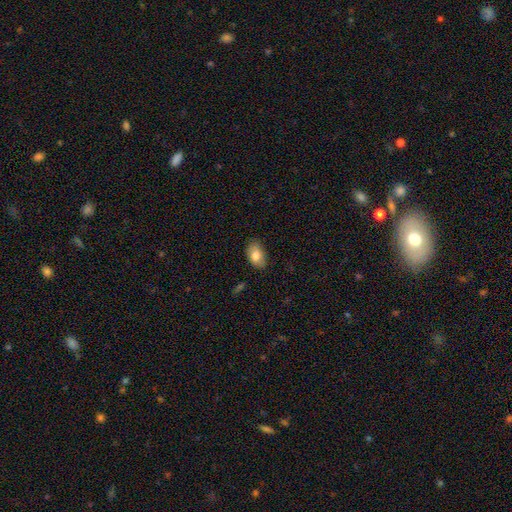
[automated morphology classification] smooth_or_featured: smooth (p=0.80) [alt: featured or disk p=0.13]
how_rounded: in between (p=0.90) [alt: round p=0.08]
merging: none (p=0.80) [alt: minor disturbance p=0.16]